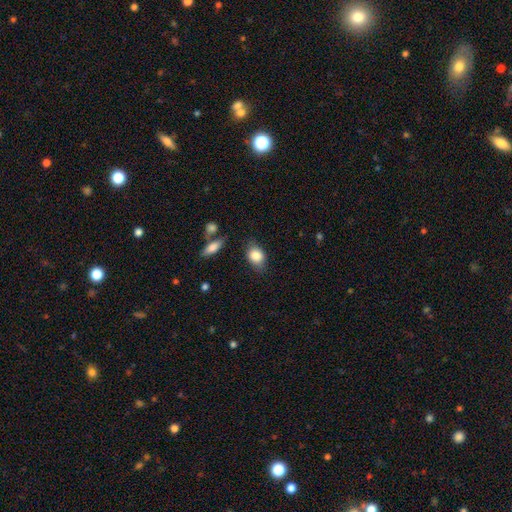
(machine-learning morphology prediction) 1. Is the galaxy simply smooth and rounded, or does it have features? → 83% smooth, 9% featured or disk, 7% star or artifact.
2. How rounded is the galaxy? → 72% in between, 25% round, 2% cigar-shaped.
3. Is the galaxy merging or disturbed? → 73% none, 19% minor disturbance, 5% major disturbance, 3% merger.